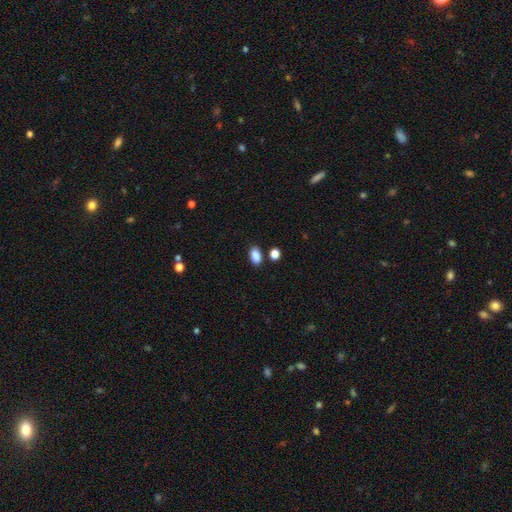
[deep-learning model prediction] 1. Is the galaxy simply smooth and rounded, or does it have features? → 88% smooth, 9% star or artifact, 3% featured or disk.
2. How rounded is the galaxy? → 90% in between, 8% round, 2% cigar-shaped.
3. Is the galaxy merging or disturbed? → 82% none, 10% minor disturbance, 6% merger, 3% major disturbance.